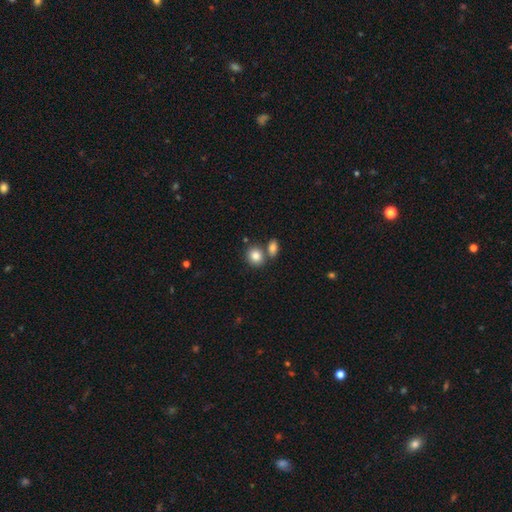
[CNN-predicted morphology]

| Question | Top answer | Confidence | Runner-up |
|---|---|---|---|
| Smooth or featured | smooth | 84% | star or artifact (9%) |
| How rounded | round | 67% | in between (32%) |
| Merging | none | 60% | merger (28%) |